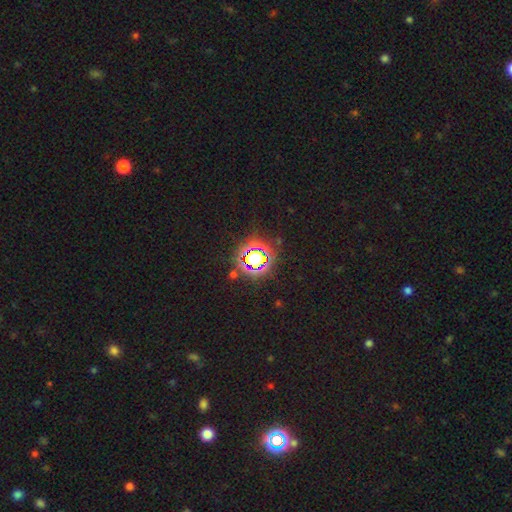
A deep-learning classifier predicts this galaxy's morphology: The model was most divided on "smooth or featured": star or artifact: 70%, smooth: 19%, featured or disk: 11%.